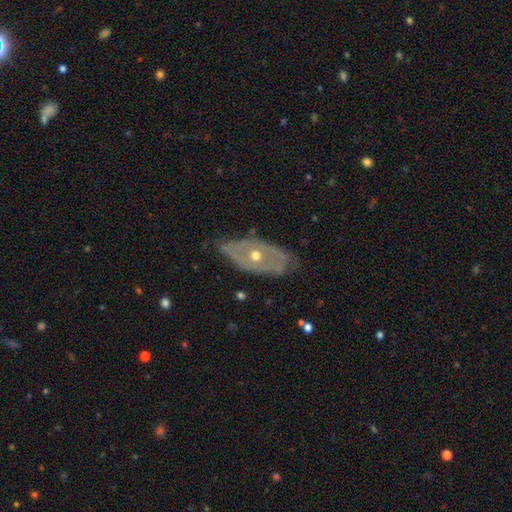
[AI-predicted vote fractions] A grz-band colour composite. It shows a featured or disk galaxy (75%) with no bar (86%), no spiral arms (57%) and a moderate central bulge (68%). Merging: none (65%).